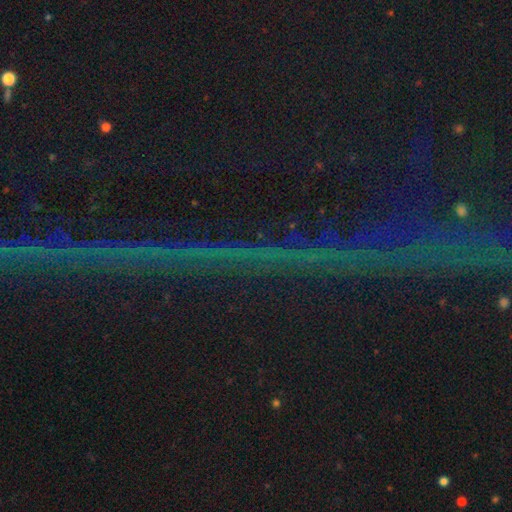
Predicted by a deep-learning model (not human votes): Q: Smooth or featured?
A: star or artifact (81%); runner-up: featured or disk (11%)